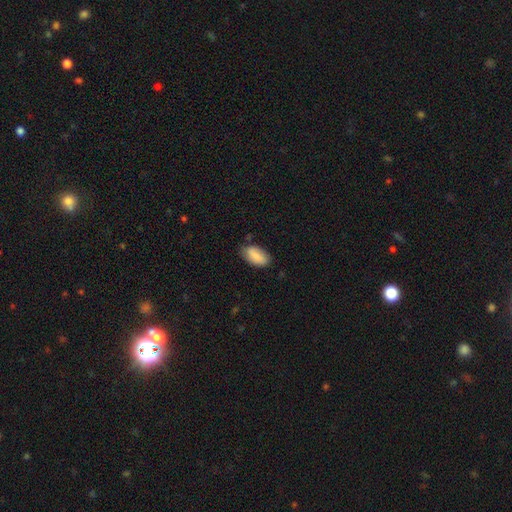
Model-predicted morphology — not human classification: A smooth galaxy with no disk features (87%) that is in between round and cigar-shaped (94%). Merging: none (70%).